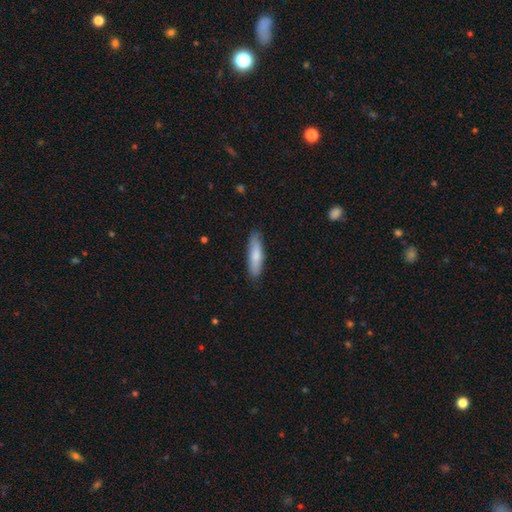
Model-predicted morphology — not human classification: type=smooth (76%); roundness=cigar-shaped (71%); merging=none (84%).